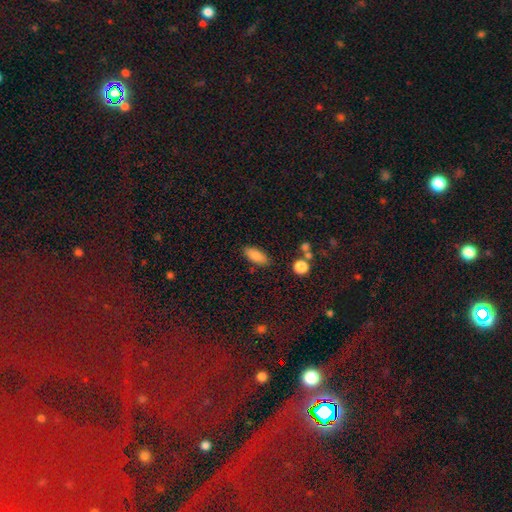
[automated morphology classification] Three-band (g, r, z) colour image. It shows a smooth galaxy with no disk features (86%) that is in between round and cigar-shaped (79%). Merging: none (83%).